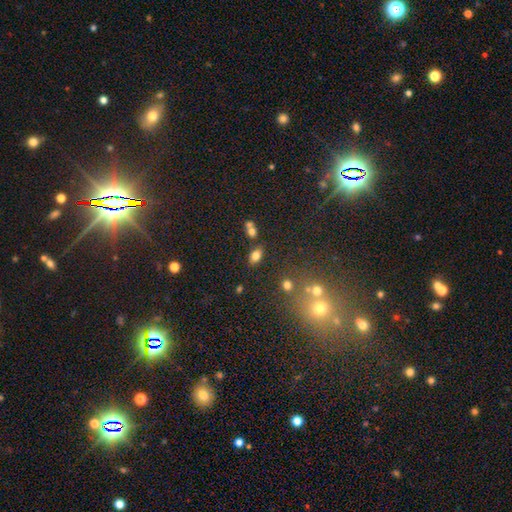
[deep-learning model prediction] This appears to be a smooth galaxy with no disk features (78%) that is in between round and cigar-shaped (86%). Merging: none (71%).